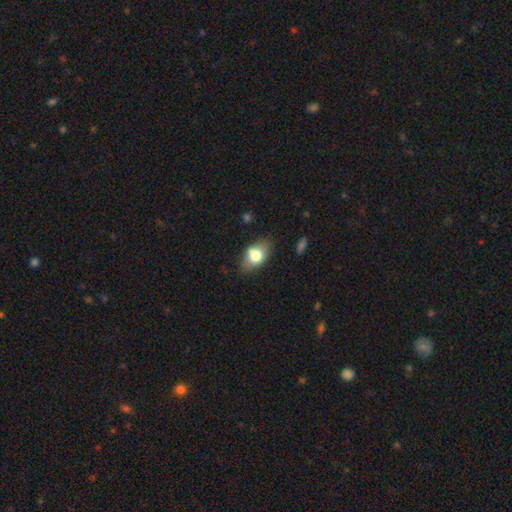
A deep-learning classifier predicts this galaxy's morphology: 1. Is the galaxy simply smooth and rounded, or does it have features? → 72% smooth, 20% featured or disk, 8% star or artifact.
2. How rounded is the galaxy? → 83% in between, 14% round, 3% cigar-shaped.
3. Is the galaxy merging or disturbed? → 69% none, 21% minor disturbance, 6% major disturbance, 4% merger.